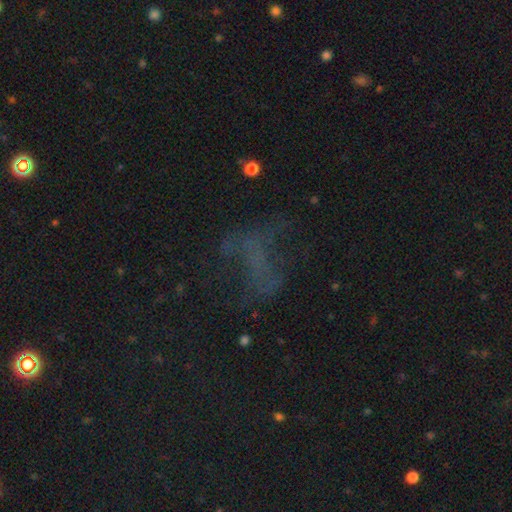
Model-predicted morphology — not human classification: The model was most divided on "smooth or featured": star or artifact: 42%, featured or disk: 33%, smooth: 24%.